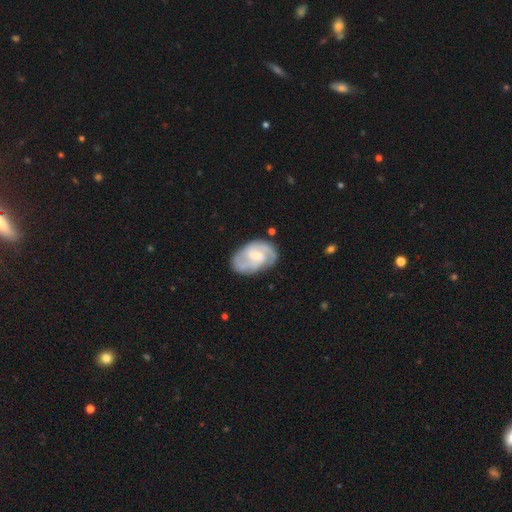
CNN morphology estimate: A featured or disk galaxy (78%) with a weak bar (47%), 2 (52%) medium (45%) spiral arms (92%) and a small central bulge (54%). Merging: none (69%).